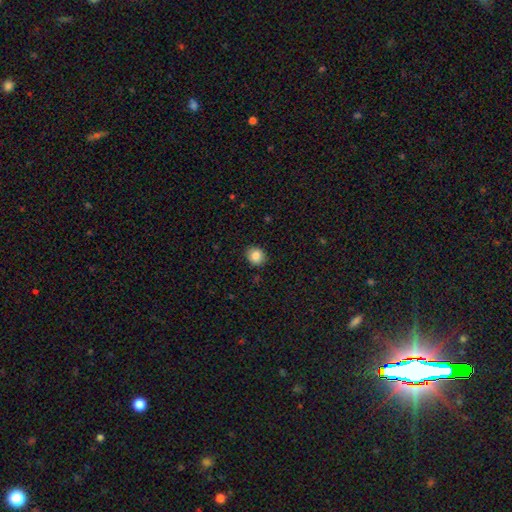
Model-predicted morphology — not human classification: A smooth galaxy with no disk features (85%) that is round (77%). Merging: none (89%).